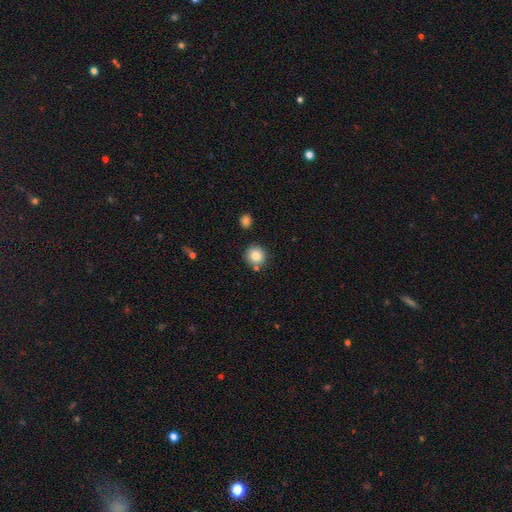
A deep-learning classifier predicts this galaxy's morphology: type=smooth (83%); roundness=round (91%); merging=none (81%).